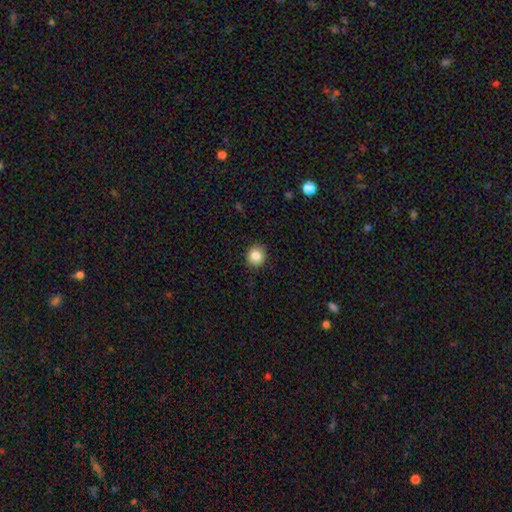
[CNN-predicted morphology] A smooth galaxy with no disk features (85%) that is round (90%).

Vote fractions:
- Smooth or featured? smooth: 85% / star or artifact: 10% / featured or disk: 5%
- How rounded? round: 90% / in between: 9% / cigar-shaped: 1%
- Merging? none: 90% / minor disturbance: 7% / major disturbance: 2% / merger: 1%